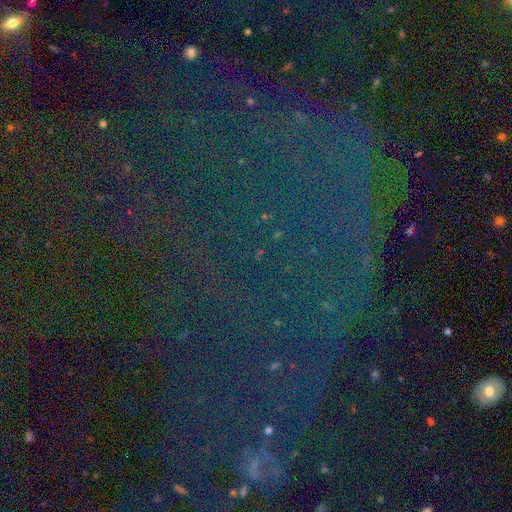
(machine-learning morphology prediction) star or artifact 82%, smooth 10%, featured or disk 8%.